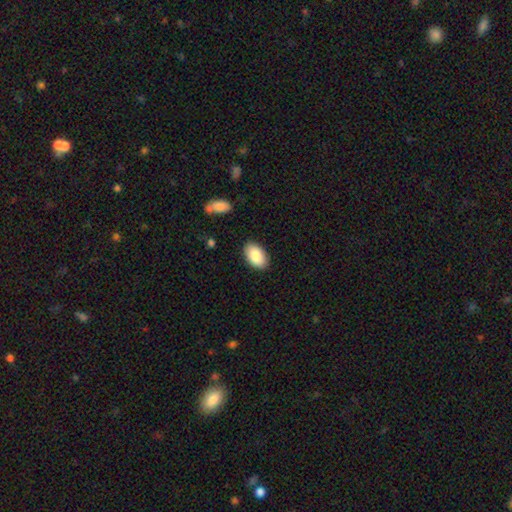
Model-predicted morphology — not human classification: A smooth galaxy with no disk features (86%) that is in between round and cigar-shaped (93%). Merging: none (88%).